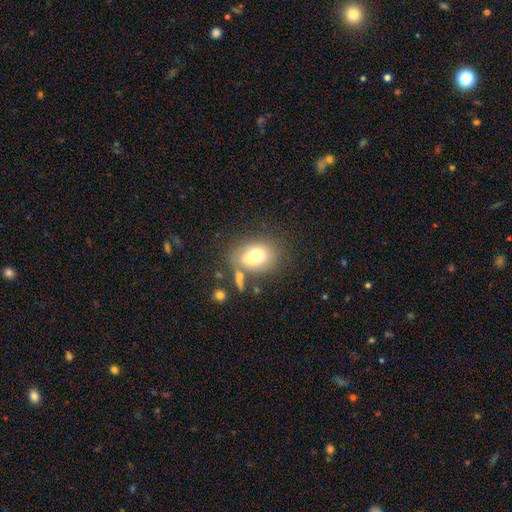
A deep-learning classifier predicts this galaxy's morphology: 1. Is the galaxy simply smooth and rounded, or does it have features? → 68% smooth, 21% featured or disk, 10% star or artifact.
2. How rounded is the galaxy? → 59% in between, 39% round, 1% cigar-shaped.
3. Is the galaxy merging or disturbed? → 52% none, 23% merger, 17% minor disturbance, 8% major disturbance.